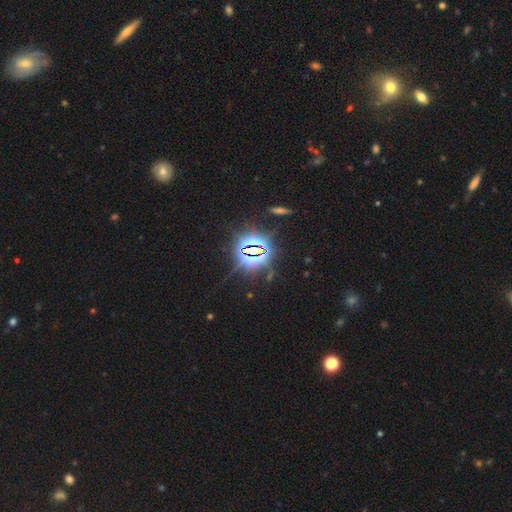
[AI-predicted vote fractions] Smooth or featured: star or artifact — 81% (smooth — 11%)